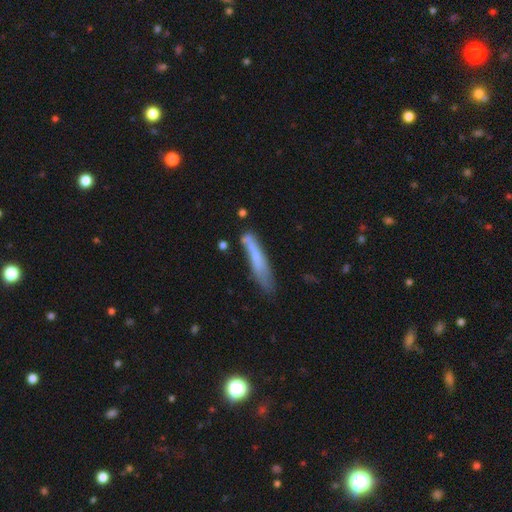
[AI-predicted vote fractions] smooth-or-featured: smooth: 58% | featured or disk: 34% | star or artifact: 8%
  how-rounded: cigar-shaped: 90% | in between: 9% | round: 1%
  merging: none: 57% | minor disturbance: 25% | major disturbance: 9% | merger: 9%